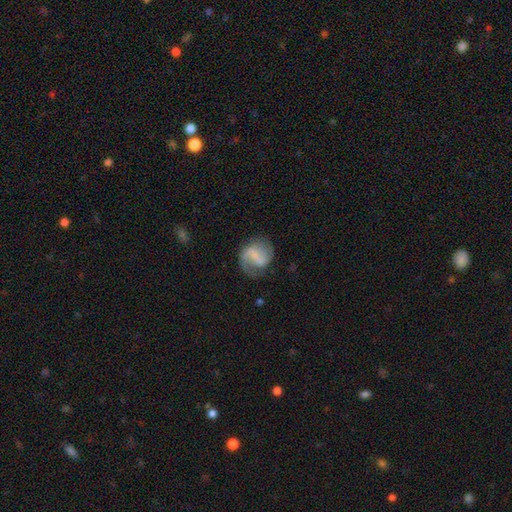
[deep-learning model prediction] A featured or disk galaxy (70%) with a weak bar (45%), 2 (76%) medium (44%) spiral arms (91%) and no central bulge (52%).

Vote fractions:
- Smooth or featured? featured or disk: 70% / smooth: 23% / star or artifact: 7%
- Edge-on disk? no: 98% / yes: 2%
- Bar? weak: 45% / strong: 37% / no: 18%
- Spiral arms? yes: 91% / no: 9%
- Spiral winding? medium: 44% / loose: 37% / tight: 18%
- Spiral arm count? 2: 76% / 1: 15% / can't tell: 6% / 3: 1% / 4: 1% / more than 4: 1%
- Bulge size? none: 52% / small: 29% / moderate: 13% / large: 4% / dominant: 1%
- Merging? none: 65% / minor disturbance: 20% / major disturbance: 13% / merger: 2%